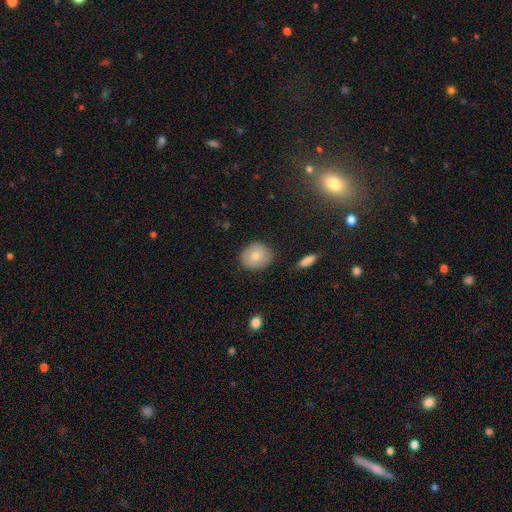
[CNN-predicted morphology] This appears to be a smooth galaxy with no disk features (77%) that is round (72%). Merging: none (84%).